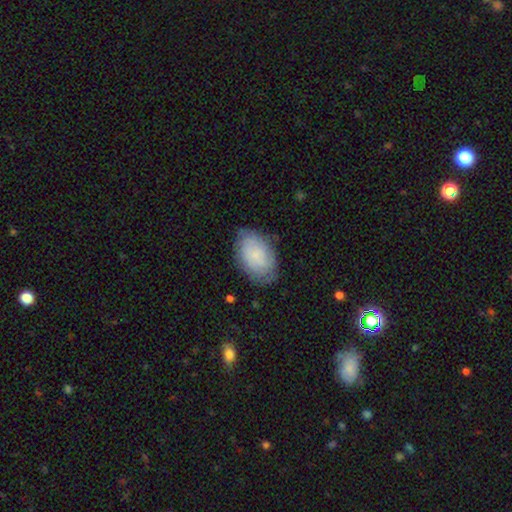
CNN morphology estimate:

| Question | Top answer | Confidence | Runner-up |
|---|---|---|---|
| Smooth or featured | smooth | 67% | featured or disk (25%) |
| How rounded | in between | 91% | round (8%) |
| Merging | none | 72% | minor disturbance (21%) |